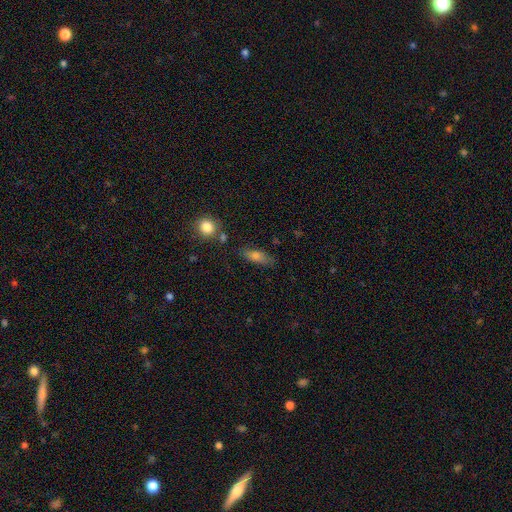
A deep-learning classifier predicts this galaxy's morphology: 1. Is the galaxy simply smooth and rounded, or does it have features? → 70% smooth, 20% featured or disk, 10% star or artifact.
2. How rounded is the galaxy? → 60% in between, 36% cigar-shaped, 5% round.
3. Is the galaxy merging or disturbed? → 75% none, 16% minor disturbance, 5% merger, 4% major disturbance.